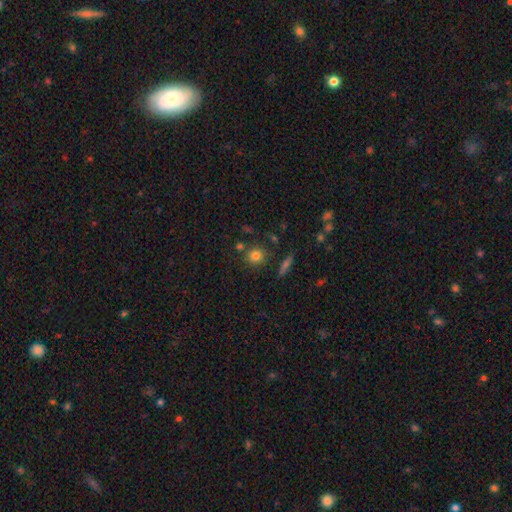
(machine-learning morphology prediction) Smooth or featured: smooth — 79% (star or artifact — 13%)
How rounded: round — 86% (in between — 12%)
Merging: none — 78% (minor disturbance — 11%)